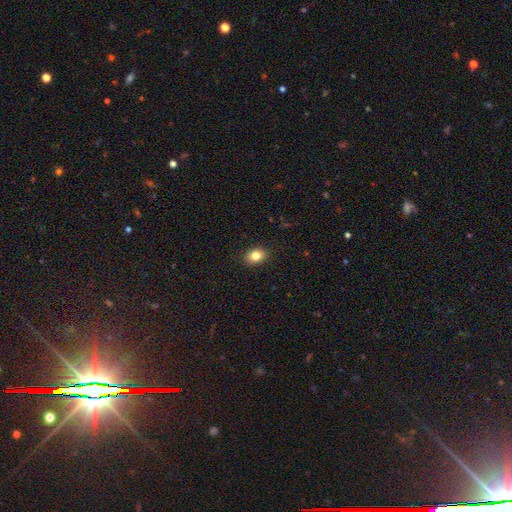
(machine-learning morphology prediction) A smooth galaxy with no disk features (82%) that is in between round and cigar-shaped (68%). Merging: none (90%).